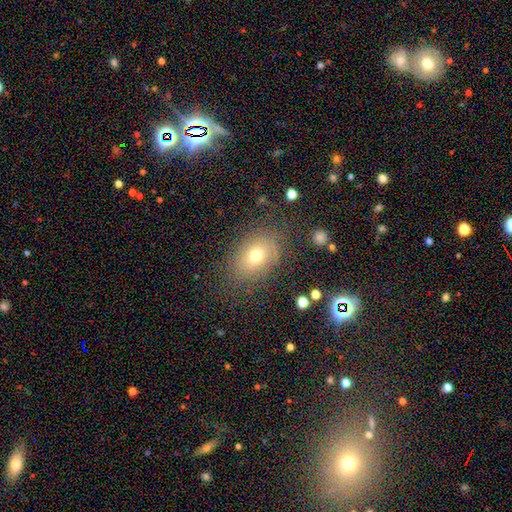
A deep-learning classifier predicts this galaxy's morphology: This appears to be a smooth galaxy with no disk features (70%) that is in between round and cigar-shaped (75%). Merging: none (77%).